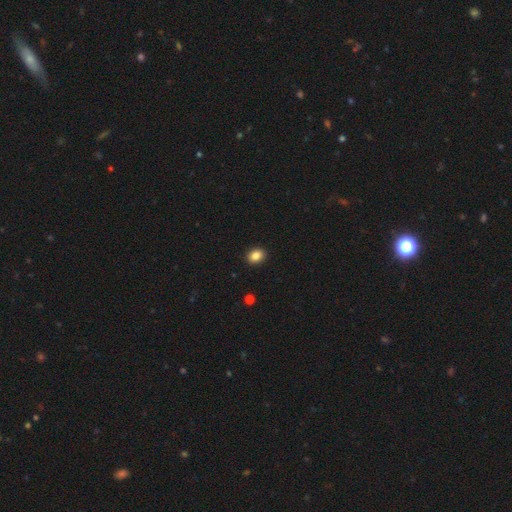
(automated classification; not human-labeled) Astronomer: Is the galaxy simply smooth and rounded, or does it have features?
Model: smooth — 86%.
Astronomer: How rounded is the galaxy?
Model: in between — 58% (runner-up: round, 41%).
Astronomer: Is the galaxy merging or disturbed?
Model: none — 91%.